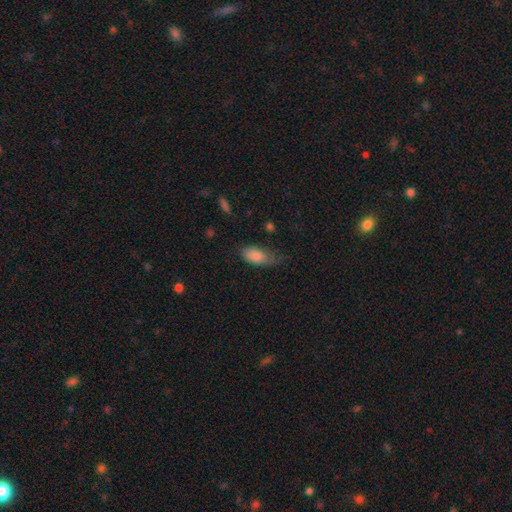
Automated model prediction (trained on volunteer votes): Morphology: type=smooth (83%); roundness=in between (90%); merging=none (40%, tied with minor disturbance).